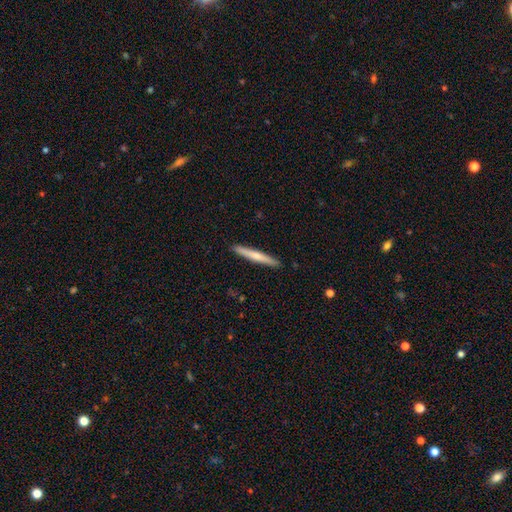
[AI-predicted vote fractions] A smooth galaxy with no disk features (57%) that is cigar-shaped (96%). Merging: none (91%).